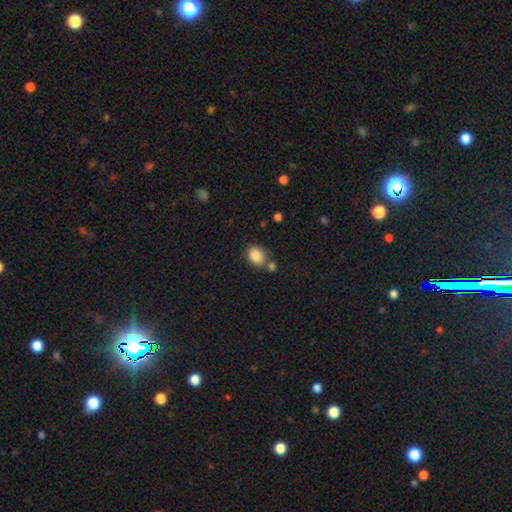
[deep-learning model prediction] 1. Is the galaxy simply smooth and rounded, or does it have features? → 86% smooth, 9% star or artifact, 5% featured or disk.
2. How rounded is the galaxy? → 59% in between, 40% round, 1% cigar-shaped.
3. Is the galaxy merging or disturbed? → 62% none, 20% merger, 14% minor disturbance, 4% major disturbance.